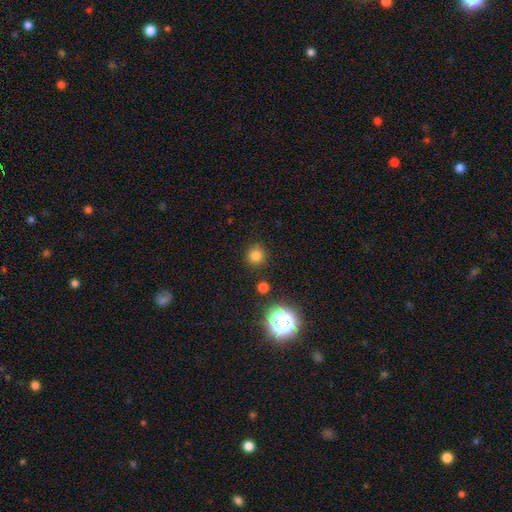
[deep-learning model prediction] Smooth or featured? Predicted: smooth (p=0.78). How rounded? Predicted: round (p=0.92). Merging? Predicted: none (p=0.87).